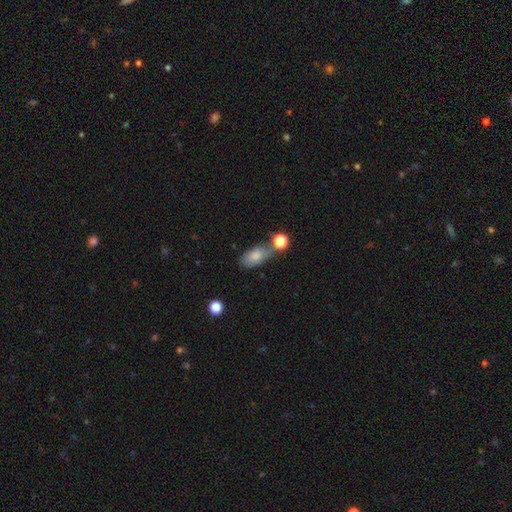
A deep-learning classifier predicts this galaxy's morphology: A smooth galaxy with no disk features (80%) that is in between round and cigar-shaped (88%). Merging: none (48%).